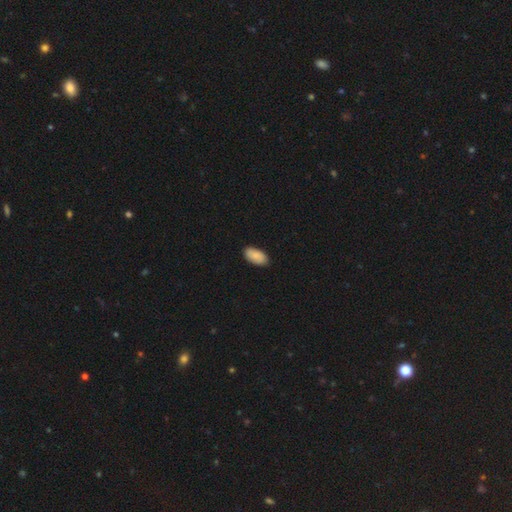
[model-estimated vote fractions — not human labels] Q: Smooth or featured?
A: smooth (88%); runner-up: featured or disk (6%)
Q: How rounded?
A: in between (95%); runner-up: cigar-shaped (3%)
Q: Merging?
A: none (87%); runner-up: minor disturbance (10%)